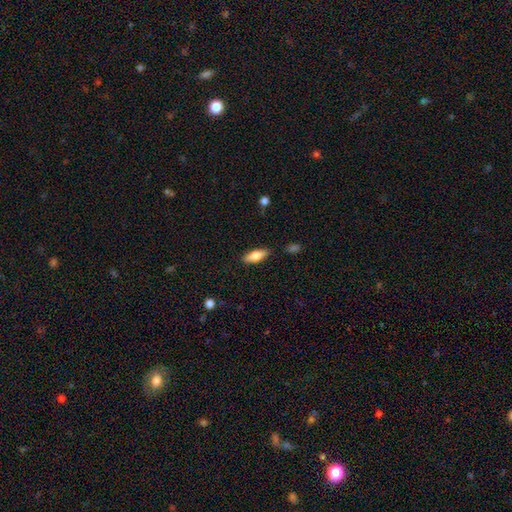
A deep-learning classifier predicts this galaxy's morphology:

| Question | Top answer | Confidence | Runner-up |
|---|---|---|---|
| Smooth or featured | smooth | 74% | featured or disk (19%) |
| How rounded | in between | 66% | cigar-shaped (32%) |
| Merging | none | 85% | minor disturbance (11%) |